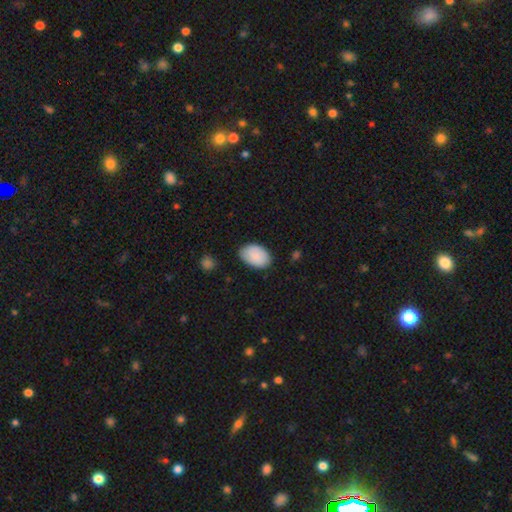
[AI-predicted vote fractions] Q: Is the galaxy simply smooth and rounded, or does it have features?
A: smooth — 87%.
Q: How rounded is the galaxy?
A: in between — 90%.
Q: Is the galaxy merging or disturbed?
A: none — 79%.